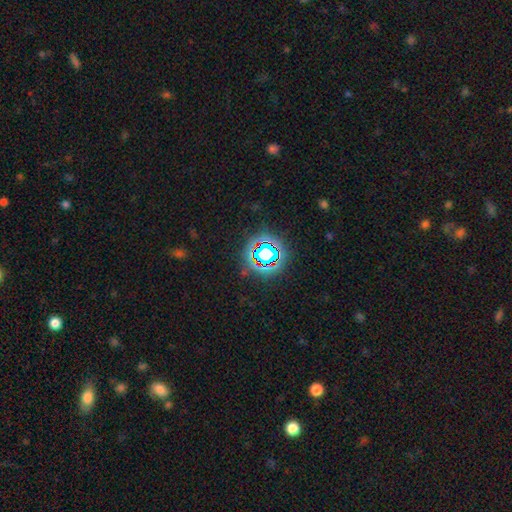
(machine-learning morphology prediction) Smooth or featured?
  - star or artifact: 78% *
  - smooth: 13%
  - featured or disk: 9%